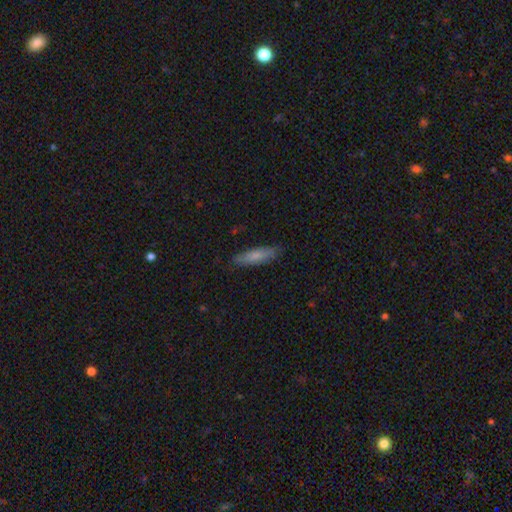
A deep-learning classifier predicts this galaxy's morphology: This is likely a smooth galaxy (76%). How rounded: likely cigar-shaped (68%). Merging: clearly none (85%).